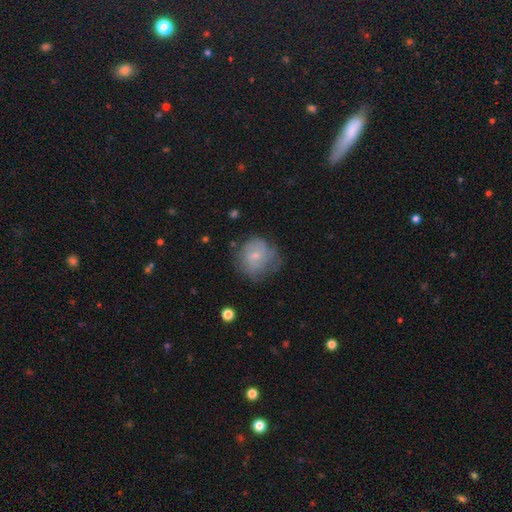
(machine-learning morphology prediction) This is possibly a smooth galaxy (51%). How rounded: clearly round (82%). Merging: possibly none (55%).